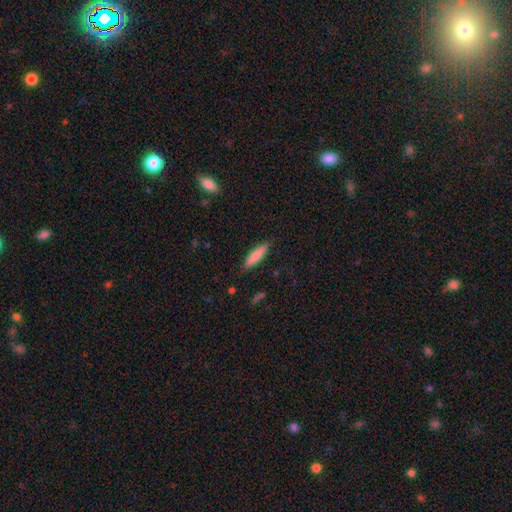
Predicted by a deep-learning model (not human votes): Smooth or featured: smooth — 83% (featured or disk — 11%)
How rounded: cigar-shaped — 71% (in between — 27%)
Merging: none — 86% (minor disturbance — 10%)